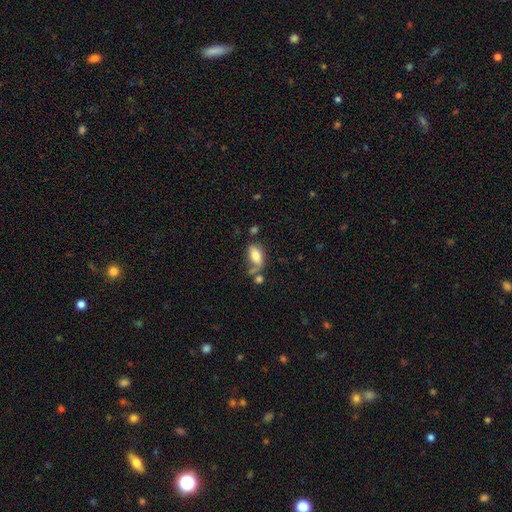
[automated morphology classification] smooth 73%, featured or disk 18%, star or artifact 8%. Down the decision tree: how rounded — in between (88%); merging — none (45%).